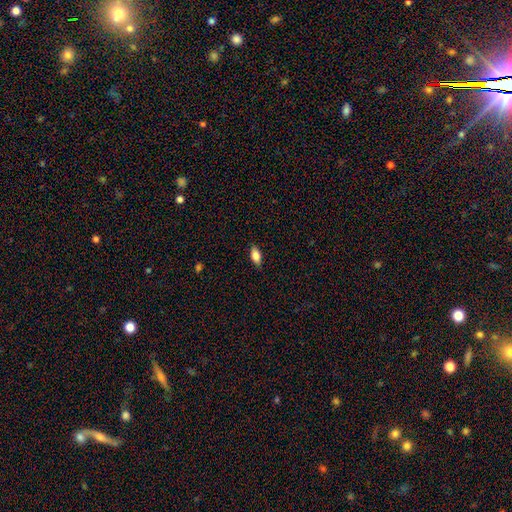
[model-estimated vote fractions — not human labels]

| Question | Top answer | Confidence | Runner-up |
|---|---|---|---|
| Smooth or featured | smooth | 83% | featured or disk (10%) |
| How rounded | in between | 87% | cigar-shaped (9%) |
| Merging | none | 86% | minor disturbance (11%) |